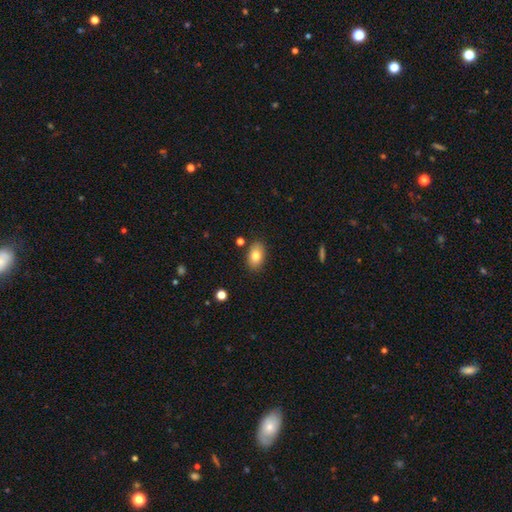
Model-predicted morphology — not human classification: Overall: smooth (81%). How rounded: in between (89%). Merging: none (85%).